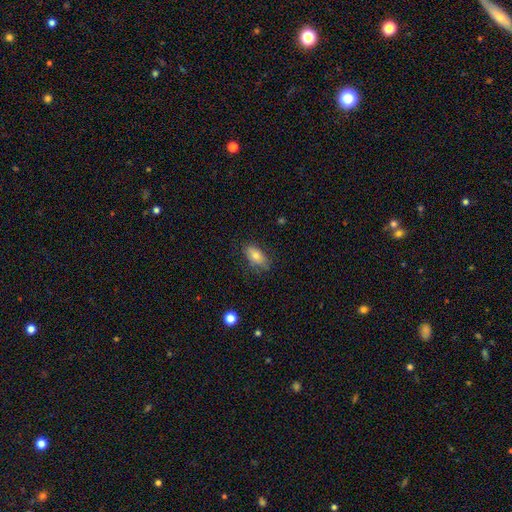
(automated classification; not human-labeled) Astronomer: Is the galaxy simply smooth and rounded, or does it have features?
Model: smooth — 76%.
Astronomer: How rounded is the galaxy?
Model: in between — 87%.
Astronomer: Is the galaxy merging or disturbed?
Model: none — 75%.